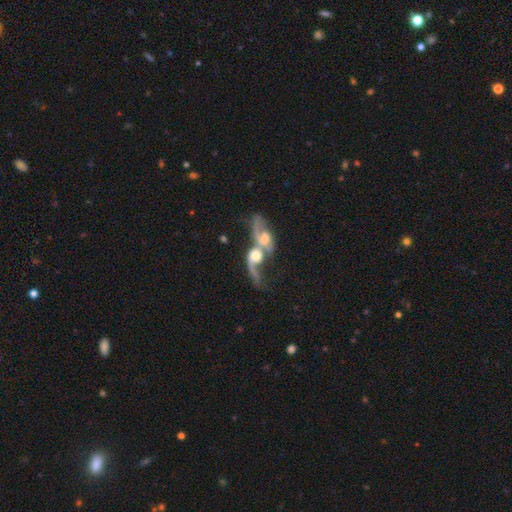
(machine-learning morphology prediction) This is likely a featured or disk galaxy (66%). It is clearly not viewed edge-on (91%). Bar: likely no (69%). Spiral arm pattern: likely yes (76%). Central bulge: possibly moderate (49%). Merging: clearly merger (83%).